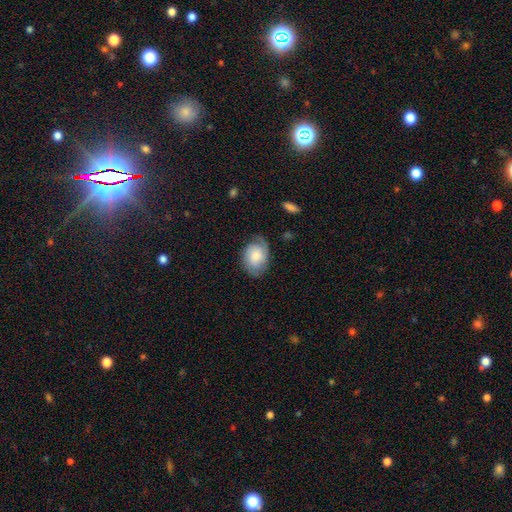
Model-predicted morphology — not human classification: Smooth or featured? Predicted: smooth (p=0.55). How rounded? Predicted: in between (p=0.76). Merging? Predicted: none (p=0.65).